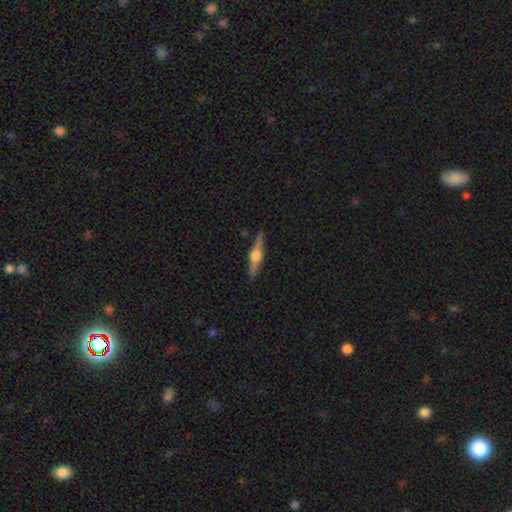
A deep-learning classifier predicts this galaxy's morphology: Smooth or featured?
  - featured or disk: 75% *
  - smooth: 20%
  - star or artifact: 6%
Edge-on disk?
  - yes: 98% *
  - no: 2%
Edge-on bulge?
  - rounded: 94% *
  - boxy: 4%
  - none: 2%
Merging?
  - none: 90% *
  - minor disturbance: 7%
  - major disturbance: 2%
  - merger: 1%